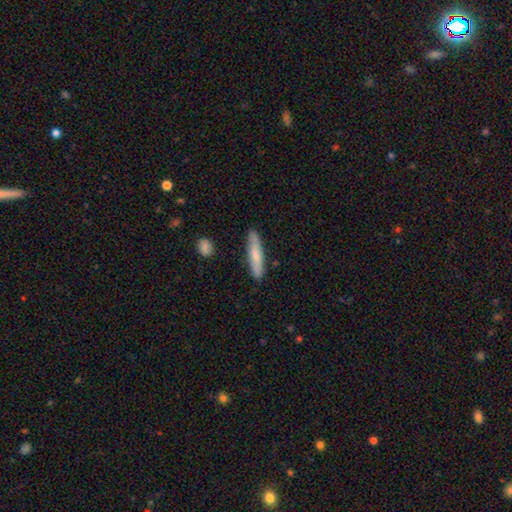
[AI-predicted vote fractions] smooth-or-featured: smooth: 71% | featured or disk: 23% | star or artifact: 6%
  how-rounded: cigar-shaped: 88% | in between: 10% | round: 2%
  merging: none: 86% | minor disturbance: 10% | major disturbance: 2% | merger: 2%